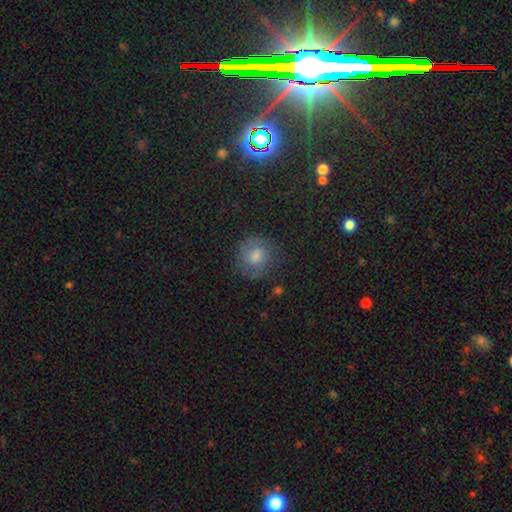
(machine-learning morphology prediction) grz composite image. It shows a smooth galaxy with no disk features (55%) that is round (86%). Merging: none (76%).